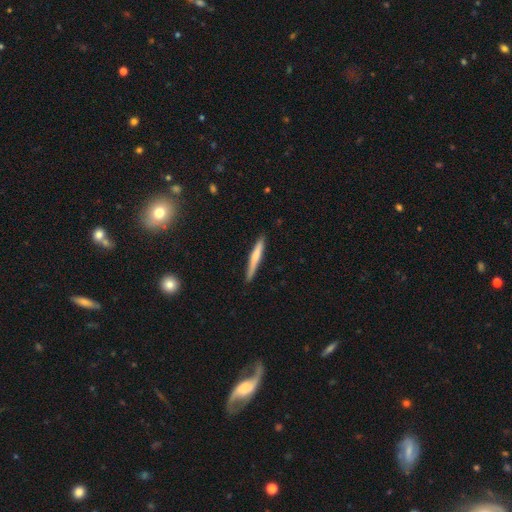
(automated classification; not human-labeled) Smooth or featured? Predicted: smooth (p=0.59). How rounded? Predicted: cigar-shaped (p=0.95). Merging? Predicted: none (p=0.87).